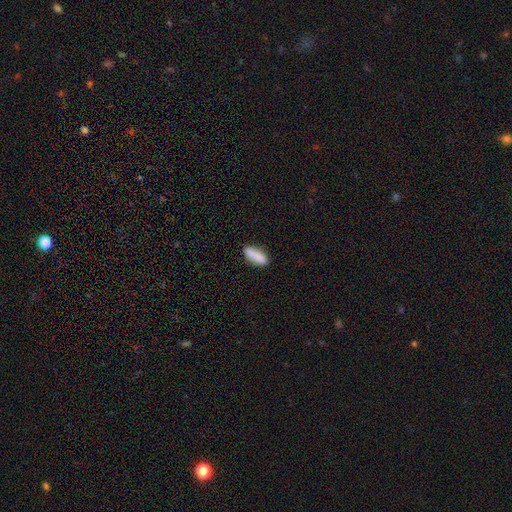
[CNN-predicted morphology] Smooth or featured: smooth — 86% (featured or disk — 7%)
How rounded: in between — 49% (tied with cigar-shaped — 49%)
Merging: none — 85% (minor disturbance — 11%)